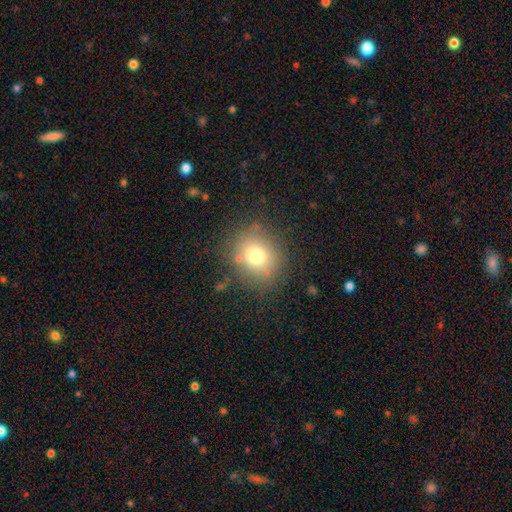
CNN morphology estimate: Smooth or featured?
  - smooth: 74% *
  - star or artifact: 14%
  - featured or disk: 12%
How rounded?
  - round: 78% *
  - in between: 21%
  - cigar-shaped: 1%
Merging?
  - none: 81% *
  - minor disturbance: 11%
  - major disturbance: 5%
  - merger: 3%